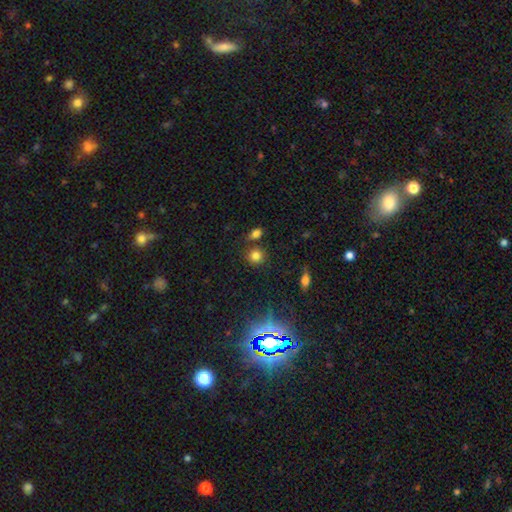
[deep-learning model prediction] smooth-or-featured: smooth: 78% | star or artifact: 15% | featured or disk: 7%
  how-rounded: round: 84% | in between: 15% | cigar-shaped: 1%
  merging: none: 74% | merger: 13% | minor disturbance: 10% | major disturbance: 4%